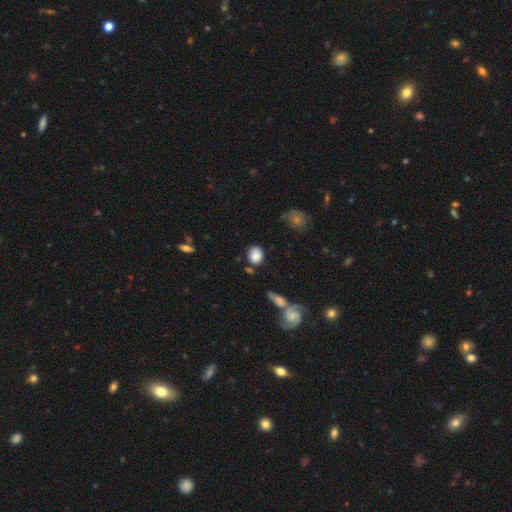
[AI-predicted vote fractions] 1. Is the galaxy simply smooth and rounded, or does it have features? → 81% smooth, 11% featured or disk, 8% star or artifact.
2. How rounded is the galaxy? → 57% round, 41% in between, 2% cigar-shaped.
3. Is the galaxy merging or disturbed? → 69% none, 18% minor disturbance, 8% merger, 6% major disturbance.